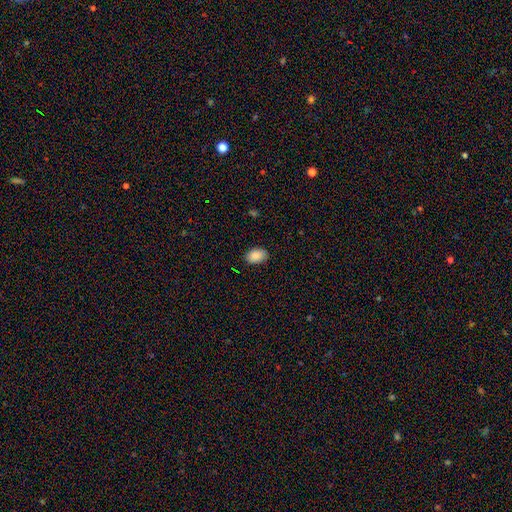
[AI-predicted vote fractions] This is clearly a smooth galaxy (89%). How rounded: clearly in between (88%). Merging: clearly none (86%).